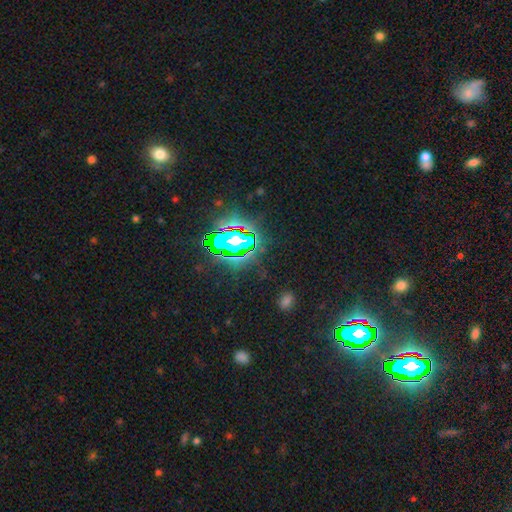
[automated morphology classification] This is clearly a star or artifact rather than a galaxy (82%).